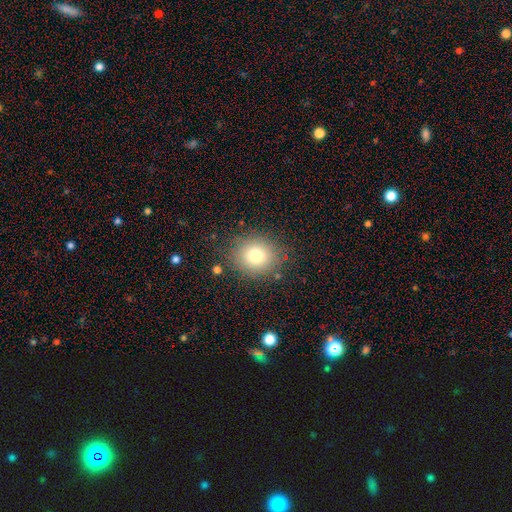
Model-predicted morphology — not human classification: The model was most divided on "how rounded": round: 77%, in between: 22%, cigar-shaped: 1%. More confident: merging — none (83%); smooth or featured — smooth (77%).